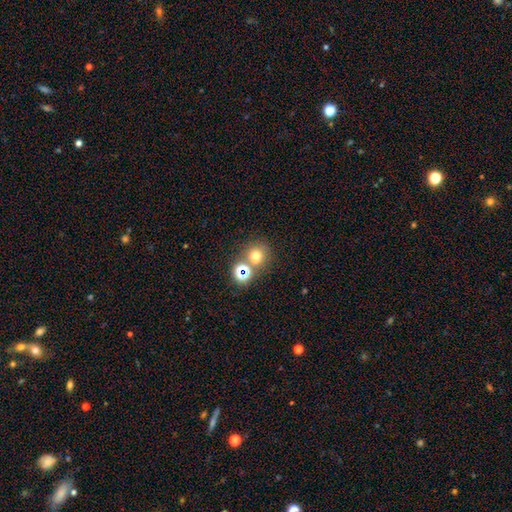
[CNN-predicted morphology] smooth_or_featured: smooth (p=0.62) [alt: star or artifact p=0.27]
how_rounded: round (p=0.79) [alt: in between p=0.20]
merging: none (p=0.57) [alt: merger p=0.32]